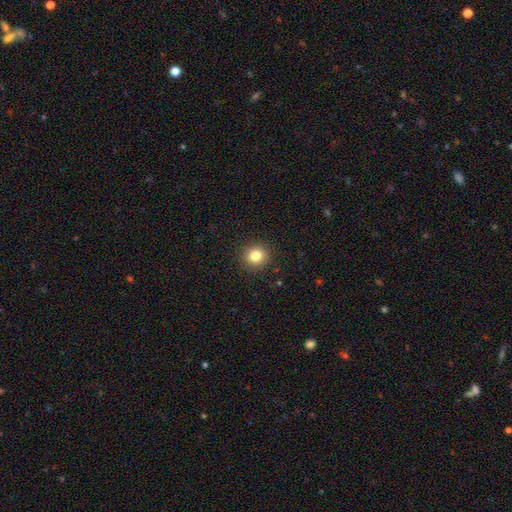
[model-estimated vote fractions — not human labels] This appears to be a smooth galaxy with no disk features (82%) that is round (90%). Merging: none (92%).